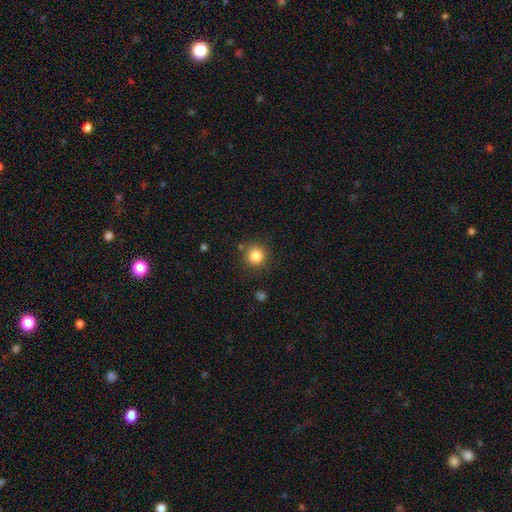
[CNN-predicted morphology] This is clearly a smooth galaxy (84%). How rounded: clearly round (93%). Merging: clearly none (84%).